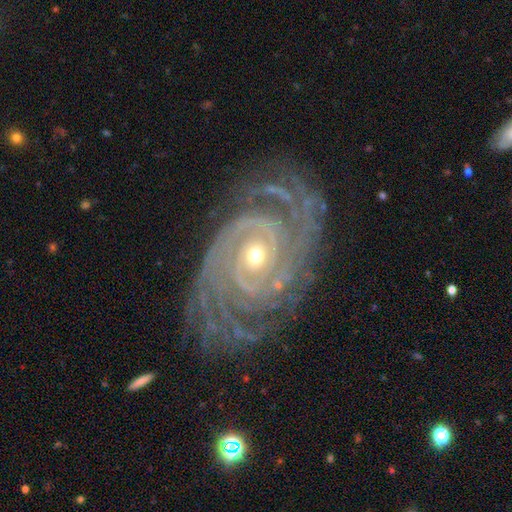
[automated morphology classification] Smooth or featured? Predicted: featured or disk (p=0.92). Edge-on disk? Predicted: no (p=0.97). Bar? Predicted: no (p=0.74). Spiral arms? Predicted: yes (p=0.98). Spiral winding? Predicted: tight (p=0.79). Spiral arm count? Predicted: 2 (p=0.22). Bulge size? Predicted: small (p=0.52). Merging? Predicted: none (p=0.72).